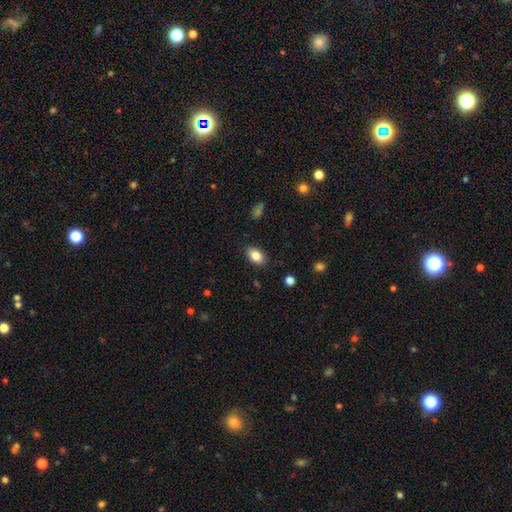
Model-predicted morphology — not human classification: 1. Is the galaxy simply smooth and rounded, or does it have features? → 84% smooth, 8% featured or disk, 8% star or artifact.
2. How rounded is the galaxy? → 89% in between, 10% round, 1% cigar-shaped.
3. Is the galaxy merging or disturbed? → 88% none, 9% minor disturbance, 2% major disturbance, 1% merger.